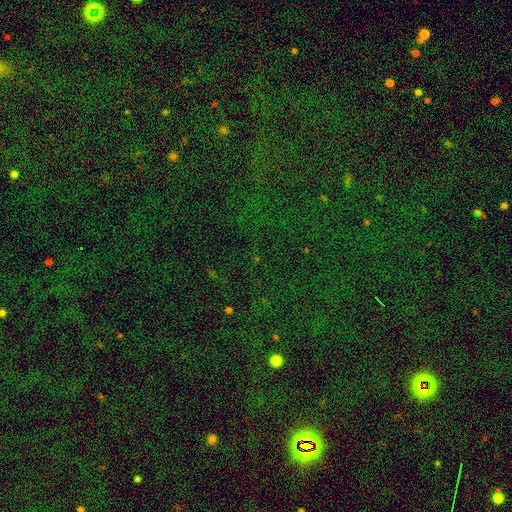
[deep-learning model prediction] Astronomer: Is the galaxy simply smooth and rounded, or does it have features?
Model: star or artifact — 82%.